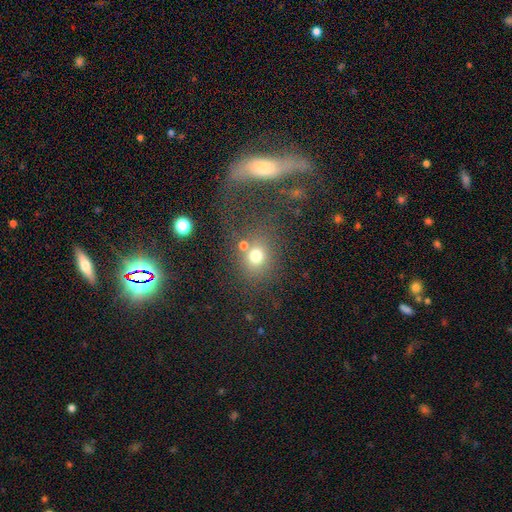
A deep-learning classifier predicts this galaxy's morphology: Overall: smooth (71%). How rounded: round (75%). Merging: none (61%).